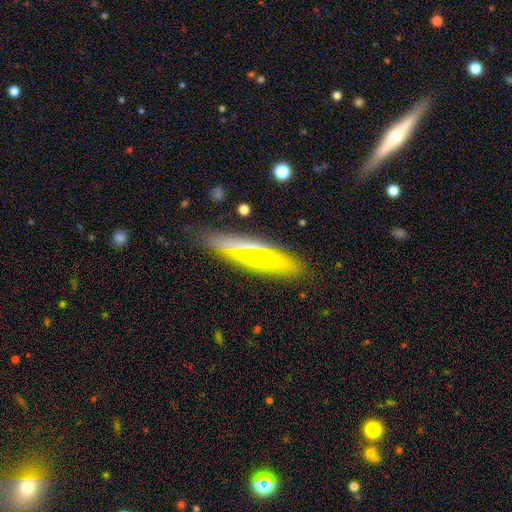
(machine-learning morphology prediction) Smooth or featured? featured or disk (48%)
Merging? none (83%)